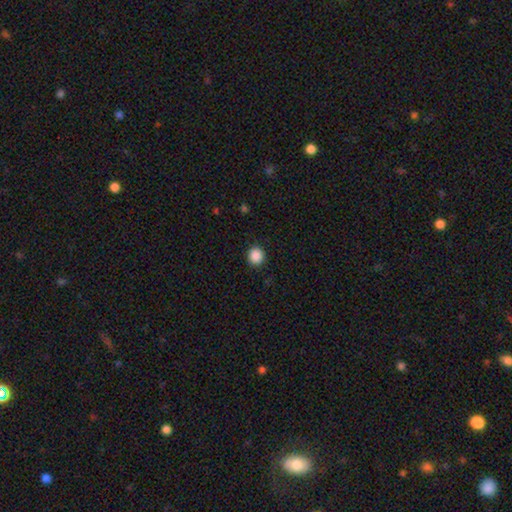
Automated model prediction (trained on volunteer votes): Morphology: type=smooth (88%); roundness=round (90%); merging=none (91%).